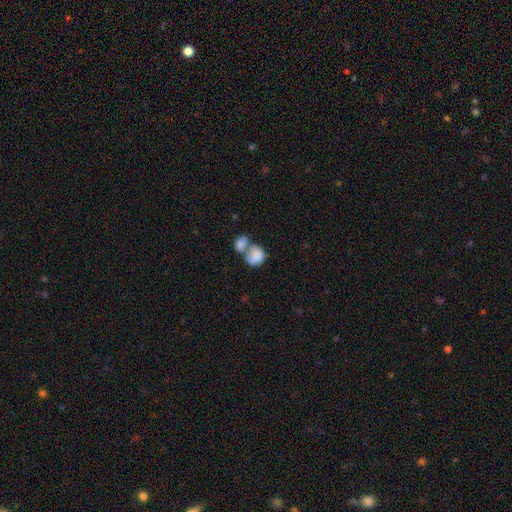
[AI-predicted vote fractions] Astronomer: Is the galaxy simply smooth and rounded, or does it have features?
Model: smooth — 77%.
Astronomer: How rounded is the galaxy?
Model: in between — 54% (runner-up: round, 45%).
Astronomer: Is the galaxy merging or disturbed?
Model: merger — 69%.